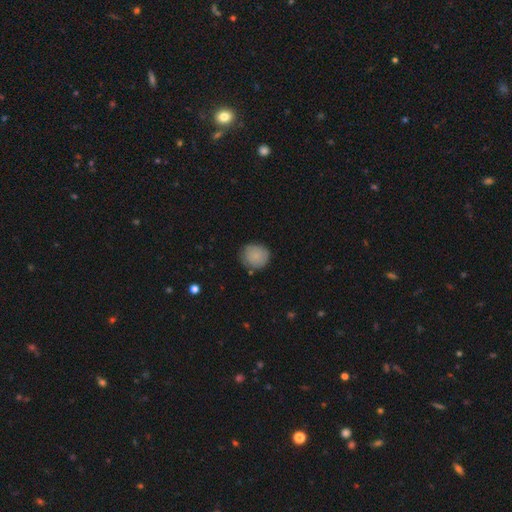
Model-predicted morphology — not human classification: smooth_or_featured: smooth (p=0.83) [alt: featured or disk p=0.10]
how_rounded: round (p=0.88) [alt: in between p=0.11]
merging: none (p=0.77) [alt: minor disturbance p=0.17]